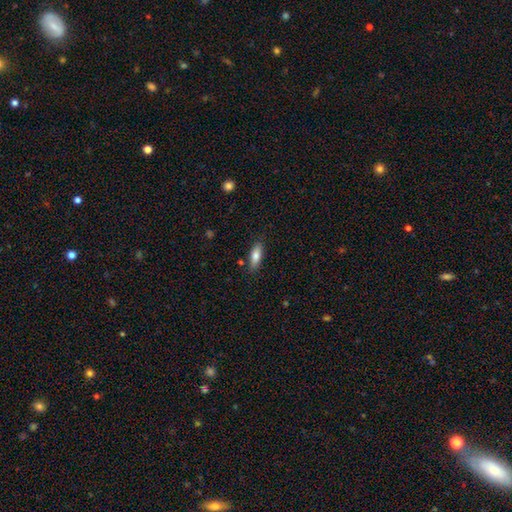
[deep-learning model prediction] This is likely a smooth galaxy (77%). How rounded: likely in between (66%). Merging: clearly none (83%).